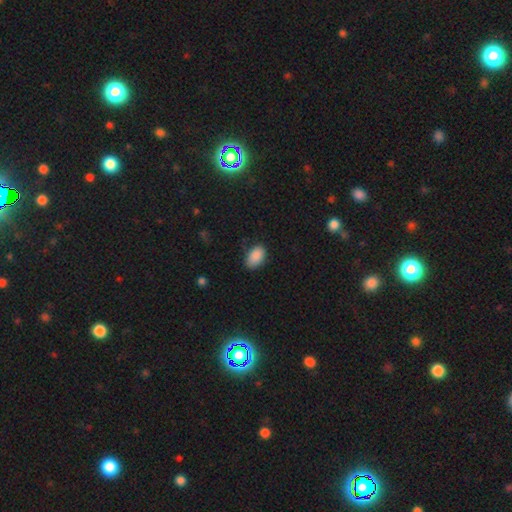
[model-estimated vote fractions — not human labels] The model was most divided on "merging": none: 76%, minor disturbance: 19%, major disturbance: 4%, merger: 1%. More confident: how rounded — in between (90%); smooth or featured — smooth (89%).